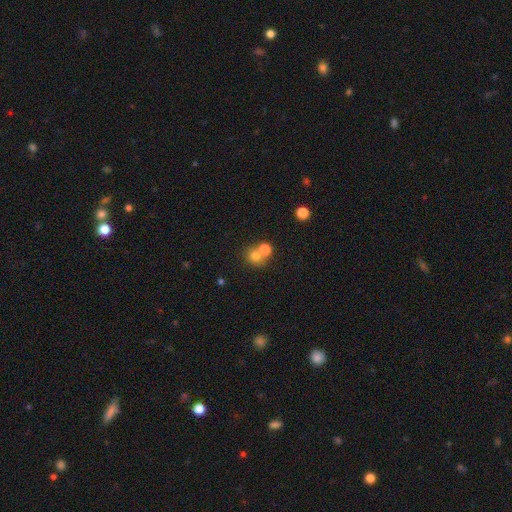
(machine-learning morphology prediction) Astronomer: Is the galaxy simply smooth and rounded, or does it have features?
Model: smooth — 74%.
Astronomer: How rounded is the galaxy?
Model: round — 82%.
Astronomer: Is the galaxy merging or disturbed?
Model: merger — 49% (runner-up: none, 42%).